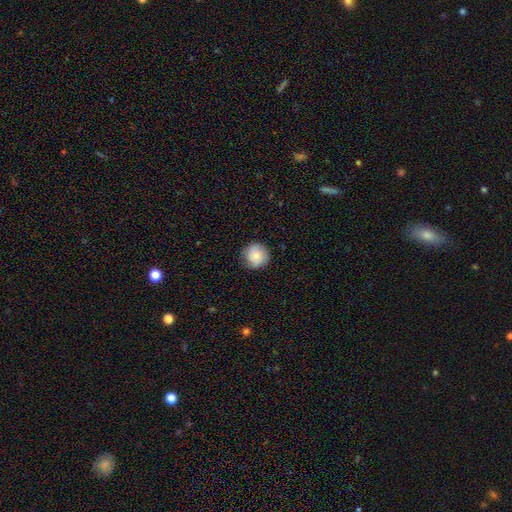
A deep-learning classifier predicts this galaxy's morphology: This appears to be a smooth galaxy with no disk features (79%) that is round (93%). Merging: none (82%).